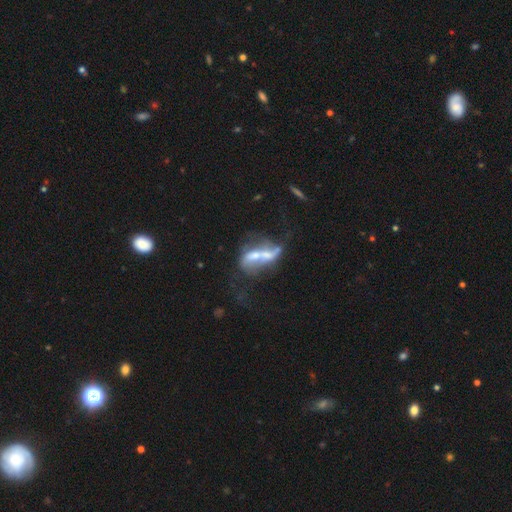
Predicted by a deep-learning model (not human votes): smooth-or-featured: featured or disk: 67% | smooth: 23% | star or artifact: 10%
  disk-edge-on: no: 88% | yes: 12%
    bar: no: 46% | weak: 28% | strong: 27%
    has-spiral-arms: no: 51% | yes: 49%
    bulge-size: moderate: 43% | small: 32% | none: 15% | large: 8% | dominant: 2%
  merging: merger: 45% | major disturbance: 22% | none: 22% | minor disturbance: 12%